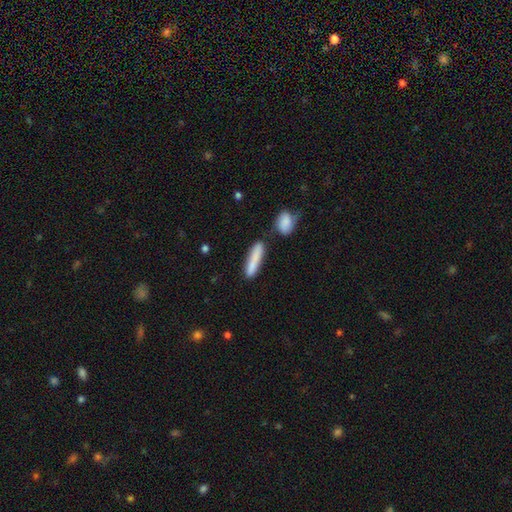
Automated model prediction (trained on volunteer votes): This appears to be a smooth galaxy with no disk features (82%) that is cigar-shaped (84%). Merging: none (71%).